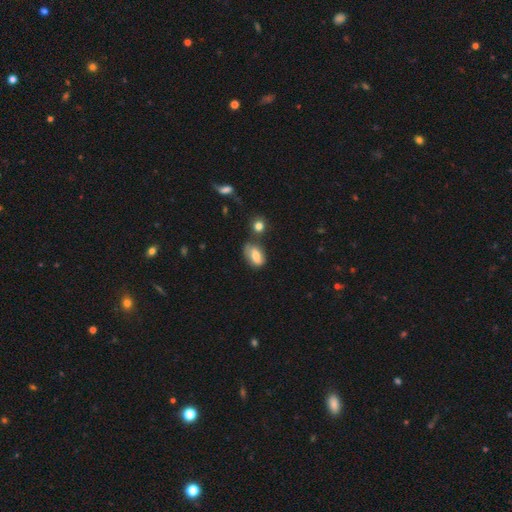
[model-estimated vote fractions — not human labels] This appears to be a smooth galaxy with no disk features (64%) that is in between round and cigar-shaped (85%). Merging: none (52%).